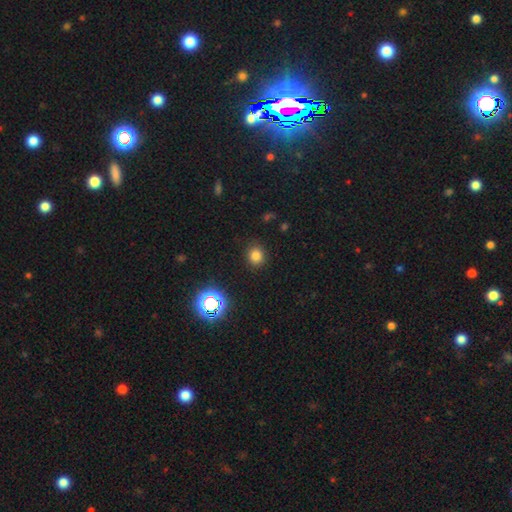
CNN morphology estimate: smooth_or_featured: smooth (p=0.77) [alt: star or artifact p=0.18]
how_rounded: round (p=0.84) [alt: in between p=0.15]
merging: none (p=0.88) [alt: minor disturbance p=0.08]